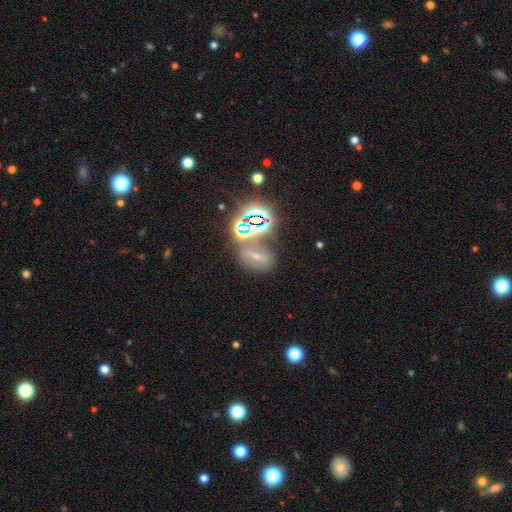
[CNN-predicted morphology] A star or artifact, not a galaxy (49%).

Vote fractions:
- Smooth or featured? star or artifact: 49% / smooth: 28% / featured or disk: 23%